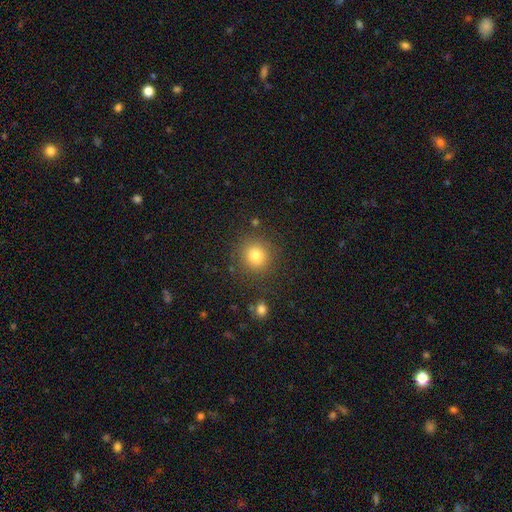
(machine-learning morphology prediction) type=smooth (79%); roundness=round (91%); merging=none (86%).